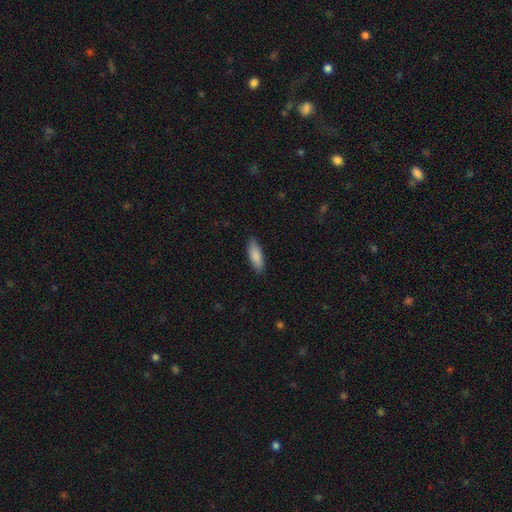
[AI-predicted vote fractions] The model was most divided on "how rounded": in between: 61%, cigar-shaped: 37%, round: 2%. More confident: smooth or featured — smooth (87%); merging — none (87%).